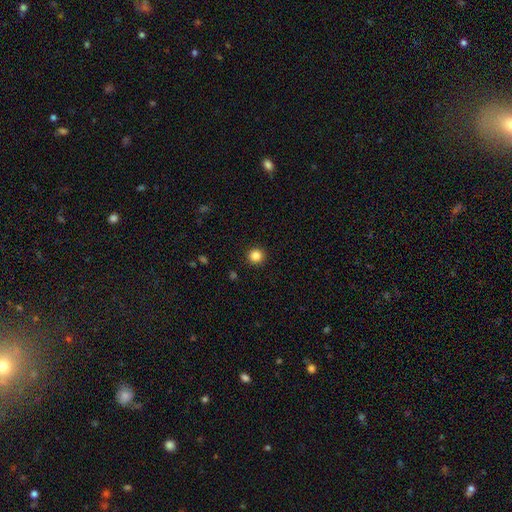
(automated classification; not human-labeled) The model was most divided on "smooth or featured": smooth: 84%, star or artifact: 11%, featured or disk: 4%. More confident: how rounded — round (95%); merging — none (93%).